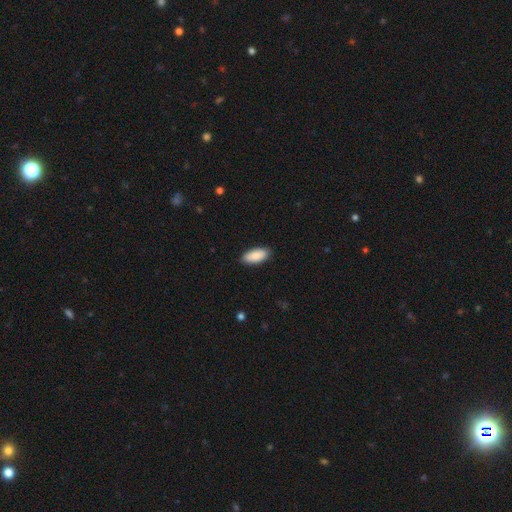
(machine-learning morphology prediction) Smooth or featured?
  - smooth: 90% *
  - star or artifact: 6%
  - featured or disk: 5%
How rounded?
  - in between: 89% *
  - cigar-shaped: 10%
  - round: 2%
Merging?
  - none: 88% *
  - minor disturbance: 9%
  - major disturbance: 2%
  - merger: 1%